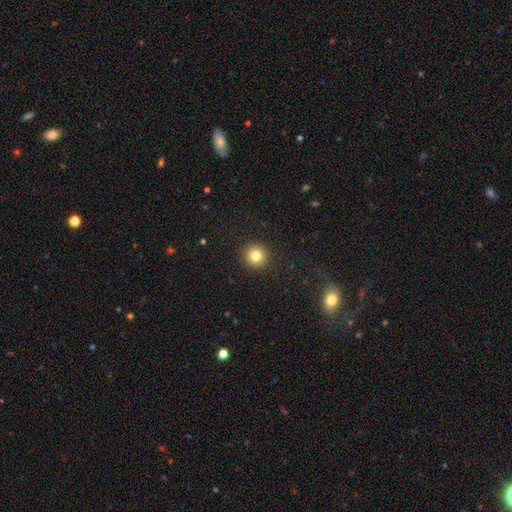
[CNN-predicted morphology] type=smooth (82%); roundness=round (94%); merging=none (92%).